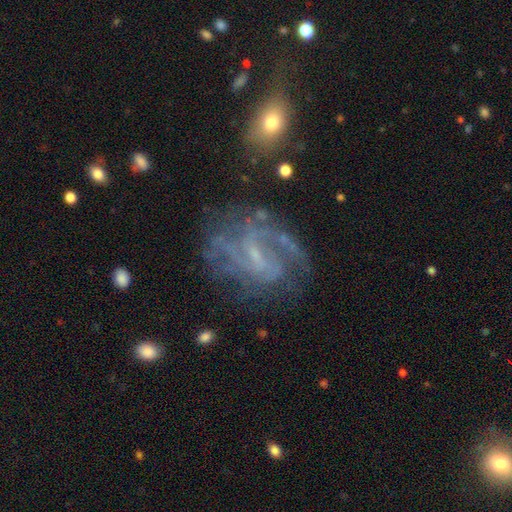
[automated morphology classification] featured or disk 78%, star or artifact 11%, smooth 11%. Down the decision tree: edge-on disk — no (96%); bar — weak (50%); spiral arms — yes (84%); spiral arm count — can't tell (40%); spiral winding — medium (41%); bulge size — small (60%); merging — none (59%).